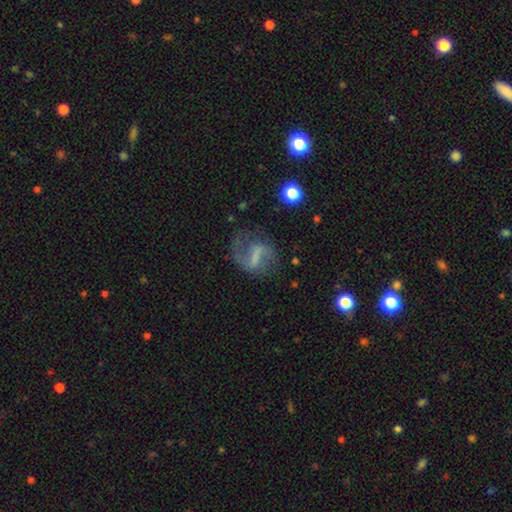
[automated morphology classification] A featured or disk galaxy (74%) with a strong bar (53%), 2 (84%) loose (49%) spiral arms (85%) and no central bulge (57%).

Vote fractions:
- Smooth or featured? featured or disk: 74% / smooth: 17% / star or artifact: 9%
- Edge-on disk? no: 96% / yes: 4%
- Bar? strong: 53% / weak: 34% / no: 13%
- Spiral arms? yes: 85% / no: 15%
- Spiral winding? loose: 49% / medium: 40% / tight: 11%
- Spiral arm count? 2: 84% / 1: 7% / can't tell: 6% / 3: 1% / 4: 1% / more than 4: 1%
- Bulge size? none: 57% / small: 21% / moderate: 15% / large: 6% / dominant: 2%
- Merging? none: 62% / minor disturbance: 18% / major disturbance: 17% / merger: 3%